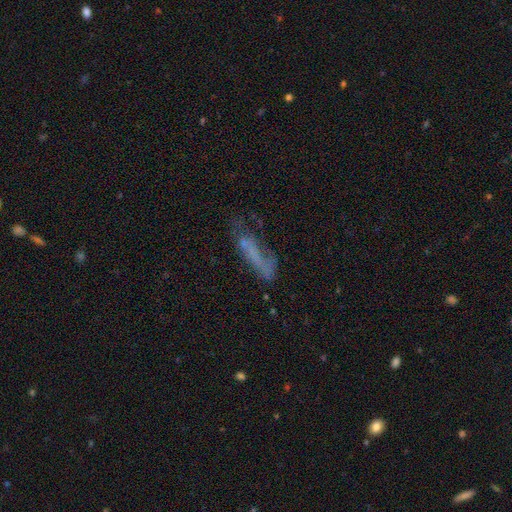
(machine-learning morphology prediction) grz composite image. It shows a smooth galaxy with no disk features (44%). Merging: none (40%).